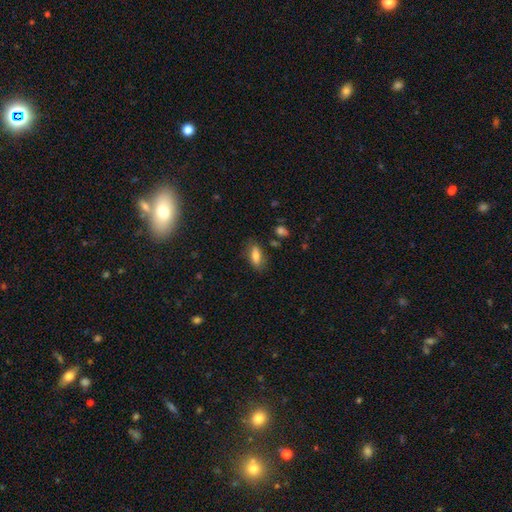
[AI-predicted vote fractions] Overall: smooth (76%). How rounded: in between (78%). Merging: none (77%).